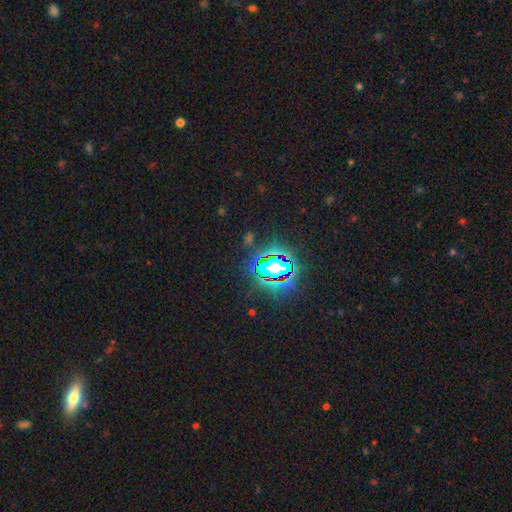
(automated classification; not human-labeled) This is clearly a star or artifact rather than a galaxy (82%).